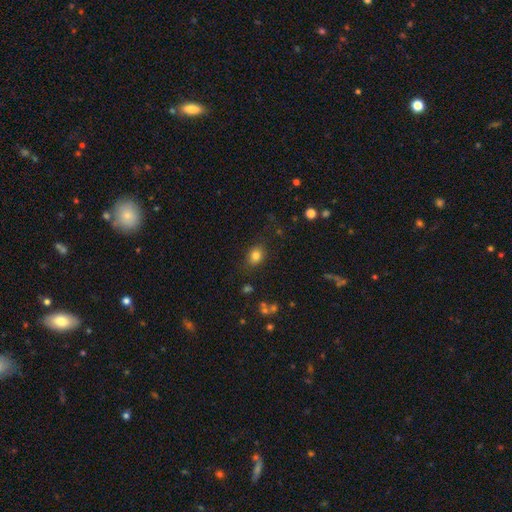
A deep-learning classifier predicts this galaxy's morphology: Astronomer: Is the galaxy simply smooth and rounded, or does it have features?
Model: smooth — 80%.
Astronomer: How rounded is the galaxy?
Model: in between — 53% (runner-up: round, 46%).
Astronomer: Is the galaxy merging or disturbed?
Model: none — 82%.